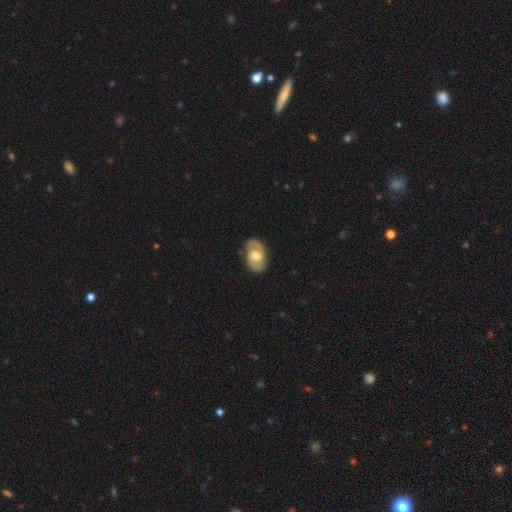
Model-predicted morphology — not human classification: This is likely a featured or disk galaxy (67%). It is clearly not viewed edge-on (95%). Bar: marginally weak (44%). Spiral arm pattern: clearly yes (81%). Spiral arm count: clearly 2 (87%). Spiral winding: possibly medium (47%). Central bulge: likely moderate (71%). Merging: clearly none (83%).